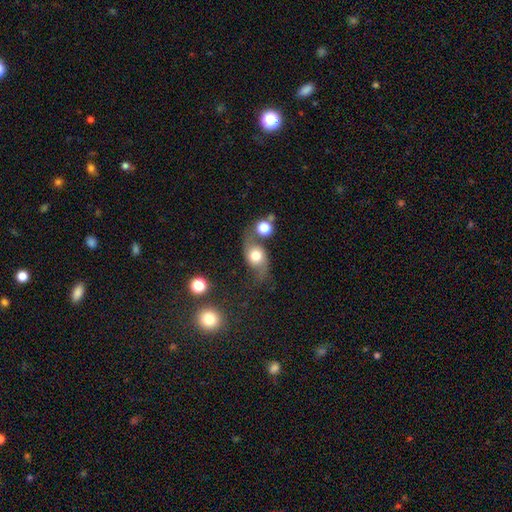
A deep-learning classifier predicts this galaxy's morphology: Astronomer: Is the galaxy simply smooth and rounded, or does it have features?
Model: featured or disk — 46% (runner-up: smooth, 44%).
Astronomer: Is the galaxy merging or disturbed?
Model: none — 49%.